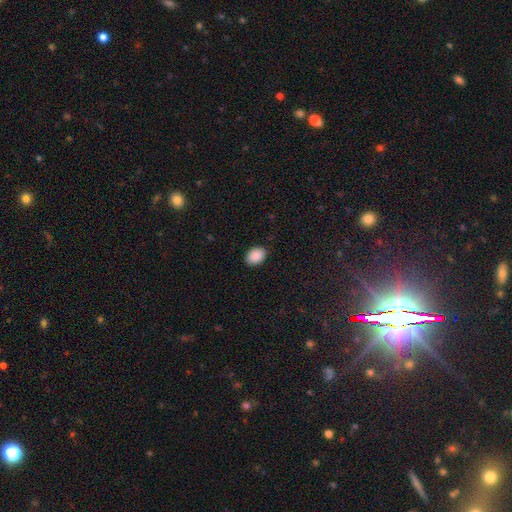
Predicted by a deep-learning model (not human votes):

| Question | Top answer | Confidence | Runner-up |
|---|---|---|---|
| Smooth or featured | smooth | 90% | star or artifact (7%) |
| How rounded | in between | 82% | round (17%) |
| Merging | none | 87% | minor disturbance (9%) |